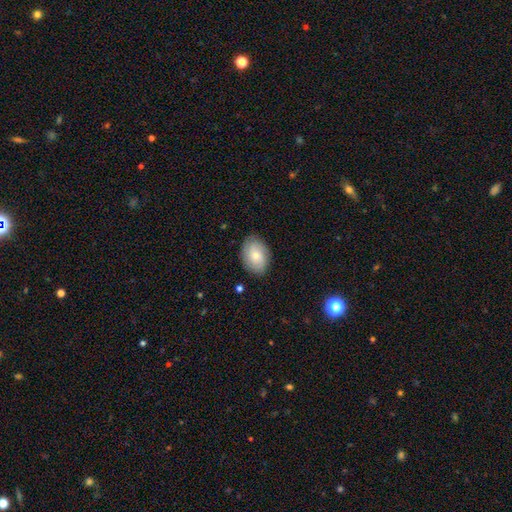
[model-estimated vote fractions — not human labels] This appears to be a smooth galaxy with no disk features (65%) that is in between round and cigar-shaped (80%). Merging: none (84%).